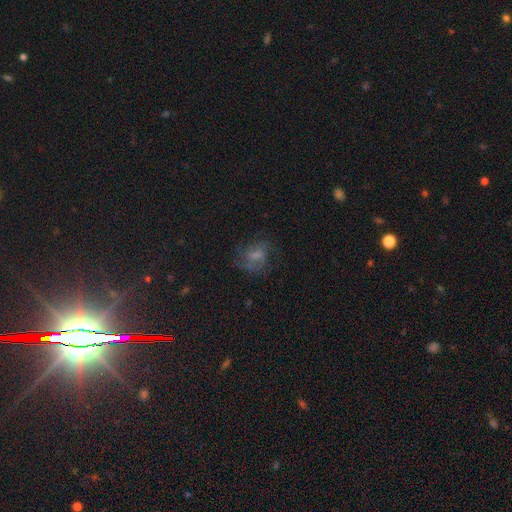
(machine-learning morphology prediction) smooth_or_featured: featured or disk (p=0.49) [alt: smooth p=0.35]
merging: none (p=0.57) [alt: major disturbance p=0.21]